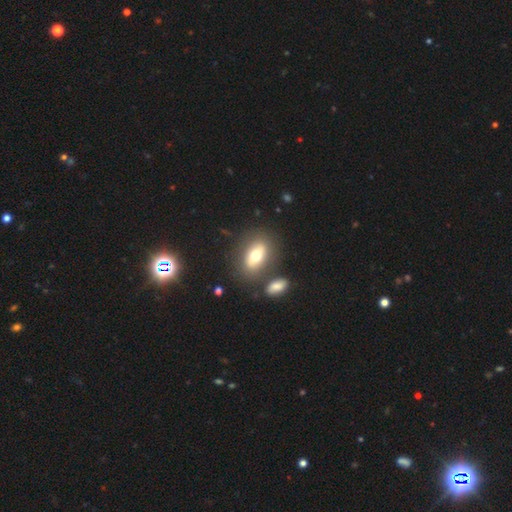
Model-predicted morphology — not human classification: Smooth or featured: smooth — 63% (featured or disk — 29%)
How rounded: in between — 82% (round — 13%)
Merging: none — 72% (minor disturbance — 12%)